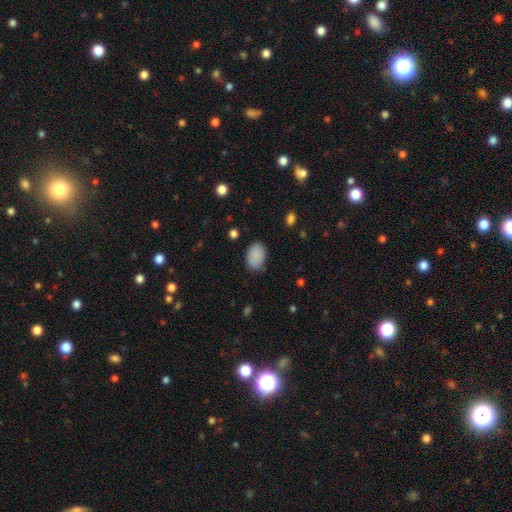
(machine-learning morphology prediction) smooth_or_featured: smooth (p=0.88) [alt: star or artifact p=0.07]
how_rounded: in between (p=0.83) [alt: round p=0.16]
merging: none (p=0.78) [alt: minor disturbance p=0.17]